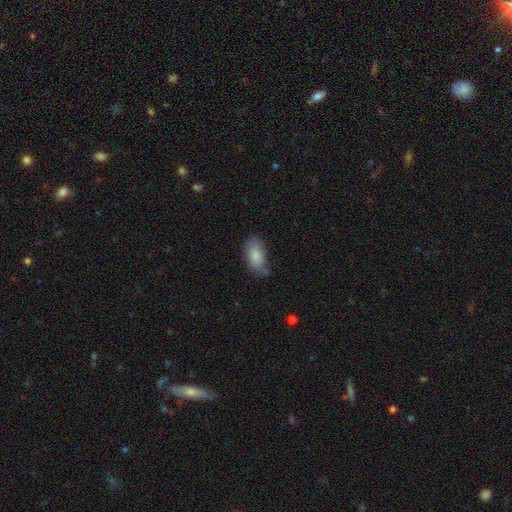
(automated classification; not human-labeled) smooth 82%, featured or disk 11%, star or artifact 7%. Down the decision tree: how rounded — in between (92%); merging — none (57%).